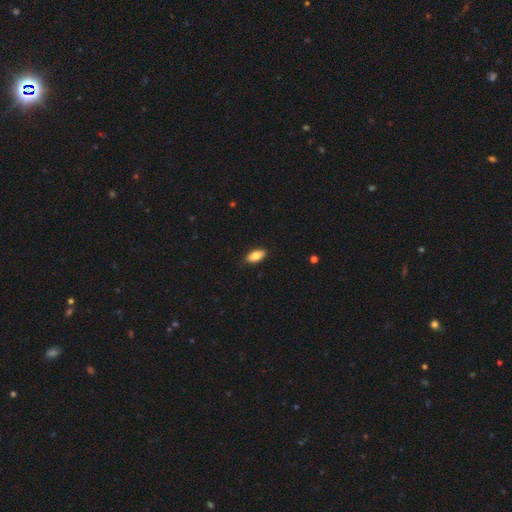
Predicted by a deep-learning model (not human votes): smooth_or_featured: smooth (p=0.85) [alt: featured or disk p=0.08]
how_rounded: in between (p=0.90) [alt: cigar-shaped p=0.07]
merging: none (p=0.87) [alt: minor disturbance p=0.10]